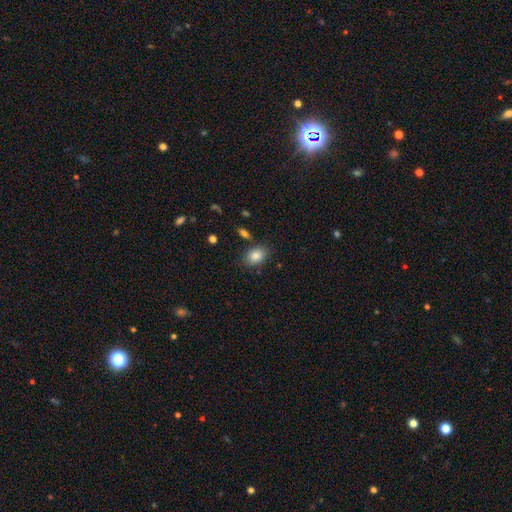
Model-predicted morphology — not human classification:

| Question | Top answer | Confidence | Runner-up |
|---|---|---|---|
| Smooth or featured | smooth | 85% | star or artifact (8%) |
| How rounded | in between | 80% | round (19%) |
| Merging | none | 80% | minor disturbance (12%) |